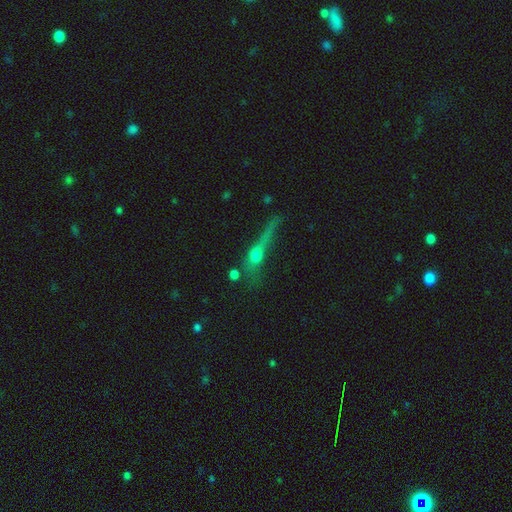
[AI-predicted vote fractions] A smooth galaxy with no disk features (45%). Merging: none (37%).